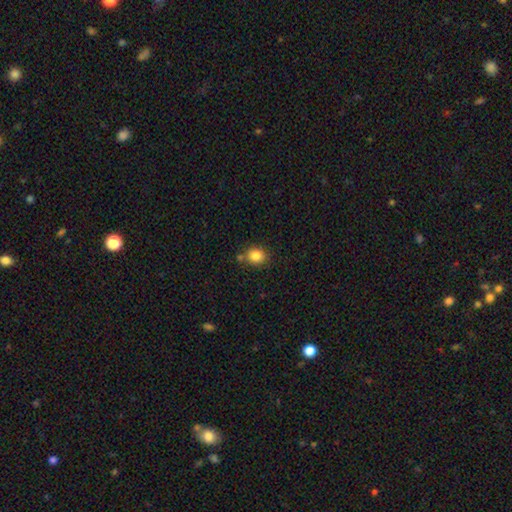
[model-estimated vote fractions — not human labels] Q: Smooth or featured?
A: smooth (84%); runner-up: star or artifact (10%)
Q: How rounded?
A: round (71%); runner-up: in between (28%)
Q: Merging?
A: none (72%); runner-up: minor disturbance (13%)